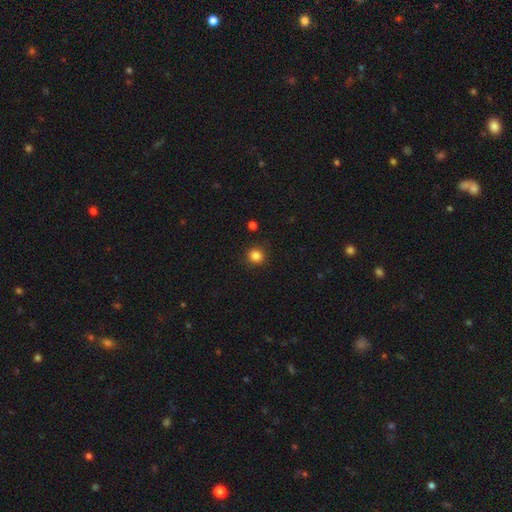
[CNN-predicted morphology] Smooth or featured: smooth — 85% (star or artifact — 12%)
How rounded: round — 89% (in between — 10%)
Merging: none — 90% (minor disturbance — 6%)